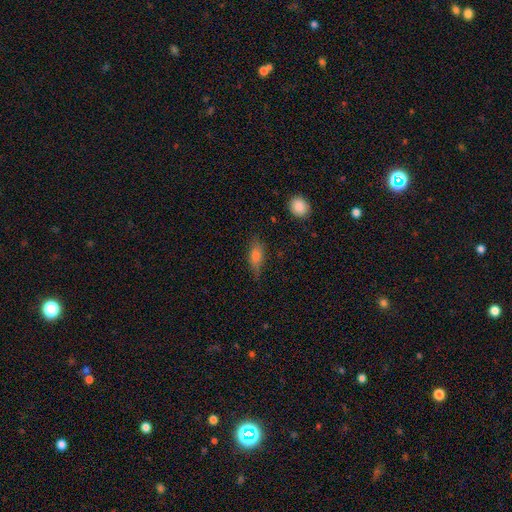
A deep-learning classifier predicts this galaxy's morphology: A smooth galaxy with no disk features (64%) that is in between round and cigar-shaped (62%).

Vote fractions:
- Smooth or featured? smooth: 64% / featured or disk: 26% / star or artifact: 10%
- How rounded? in between: 62% / cigar-shaped: 32% / round: 6%
- Merging? none: 70% / minor disturbance: 22% / major disturbance: 6% / merger: 2%